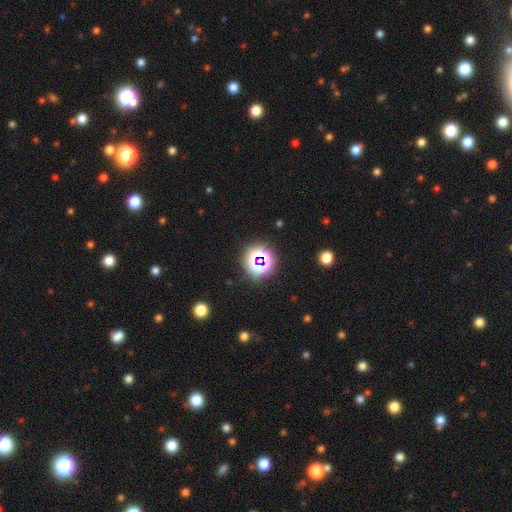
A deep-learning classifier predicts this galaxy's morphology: A star or artifact, not a galaxy (67%).

Vote fractions:
- Smooth or featured? star or artifact: 67% / smooth: 23% / featured or disk: 10%